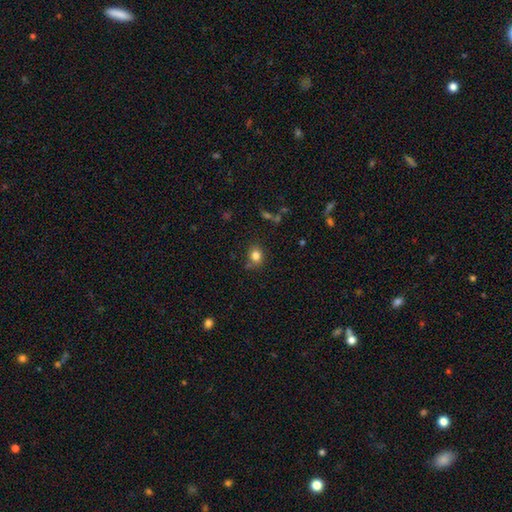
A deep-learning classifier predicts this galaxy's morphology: smooth 81%, star or artifact 12%, featured or disk 7%. Down the decision tree: how rounded — round (64%); merging — none (77%).